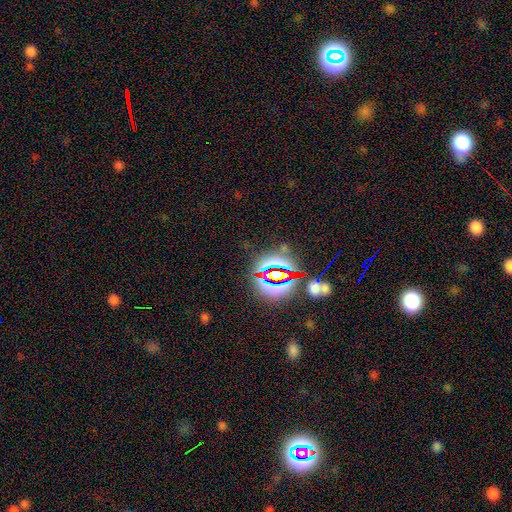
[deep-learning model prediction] This appears to be a star or artifact, not a galaxy (81%).